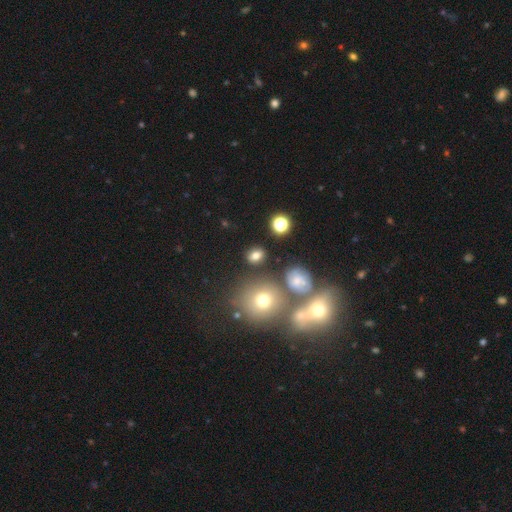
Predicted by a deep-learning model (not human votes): This is likely a smooth galaxy (73%). How rounded: possibly in between (56%). Merging: likely none (78%).